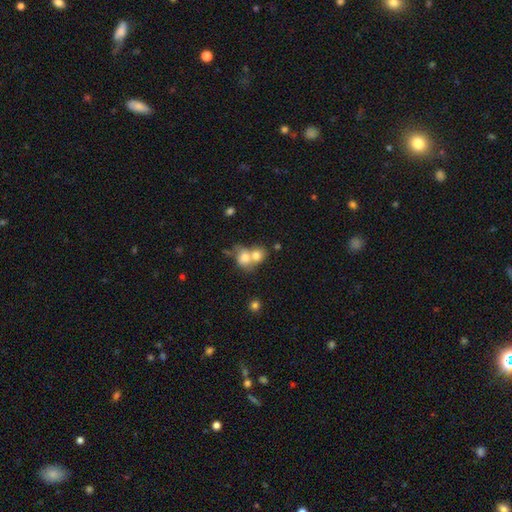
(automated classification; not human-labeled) Morphology: type=smooth (73%); roundness=round (65%); merging=merger (70%).